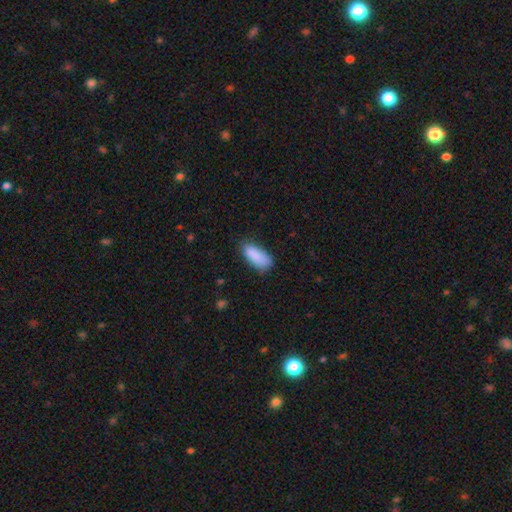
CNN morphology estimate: A smooth galaxy with no disk features (88%) that is in between round and cigar-shaped (83%). Merging: none (71%).